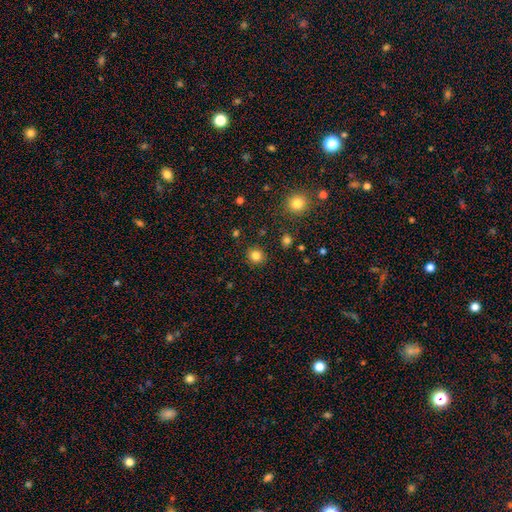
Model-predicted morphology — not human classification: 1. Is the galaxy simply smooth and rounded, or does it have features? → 83% smooth, 12% star or artifact, 5% featured or disk.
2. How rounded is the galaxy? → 88% round, 12% in between, 1% cigar-shaped.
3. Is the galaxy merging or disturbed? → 89% none, 6% minor disturbance, 2% major disturbance, 2% merger.